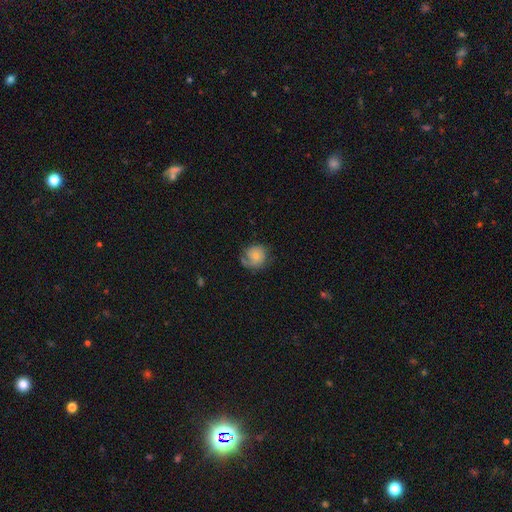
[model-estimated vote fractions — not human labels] smooth-or-featured: smooth: 51% | featured or disk: 41% | star or artifact: 8%
  how-rounded: round: 76% | in between: 23% | cigar-shaped: 1%
  merging: none: 55% | minor disturbance: 25% | major disturbance: 17% | merger: 2%